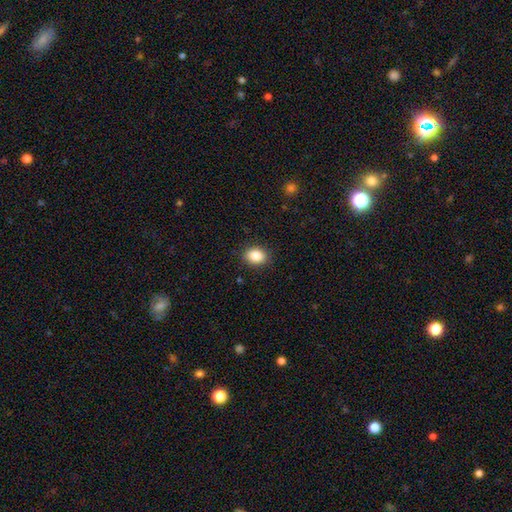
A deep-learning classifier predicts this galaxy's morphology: A smooth galaxy with no disk features (87%) that is in between round and cigar-shaped (61%). Merging: none (89%).